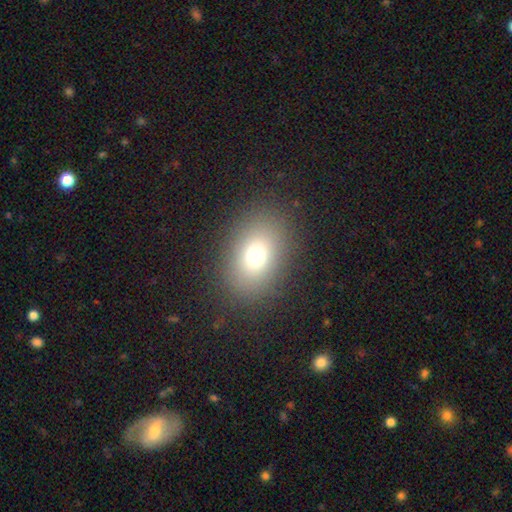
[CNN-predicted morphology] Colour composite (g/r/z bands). It shows a smooth galaxy with no disk features (74%) that is in between round and cigar-shaped (67%). Merging: none (86%).